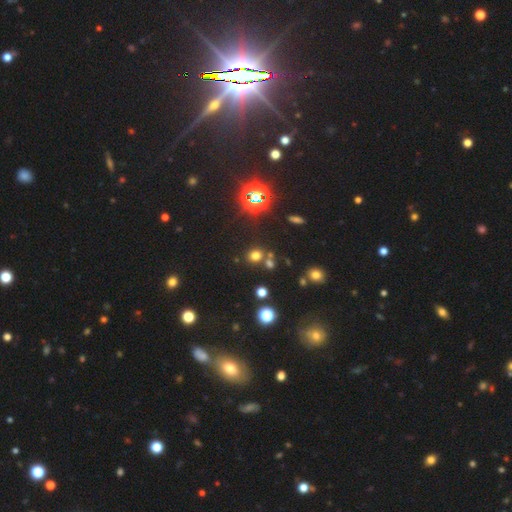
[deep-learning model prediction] A smooth galaxy with no disk features (64%) that is round (77%). Merging: none (70%).